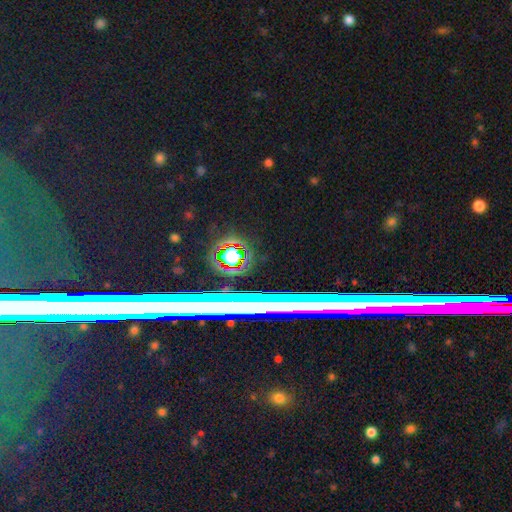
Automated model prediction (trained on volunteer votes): star or artifact 65%, featured or disk 20%, smooth 15%.